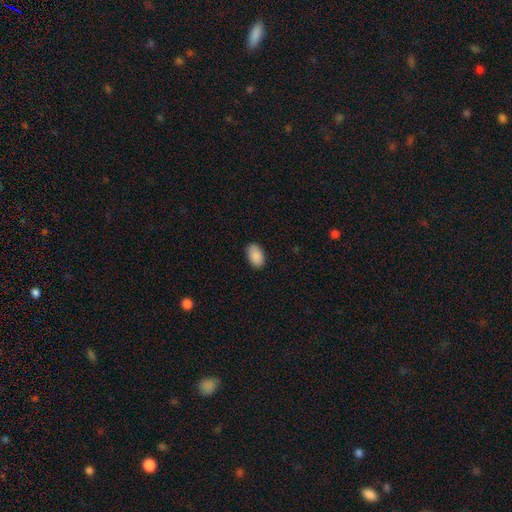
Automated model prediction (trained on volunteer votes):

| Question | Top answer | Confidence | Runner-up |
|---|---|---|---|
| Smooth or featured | smooth | 90% | star or artifact (7%) |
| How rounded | in between | 92% | round (7%) |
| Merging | none | 89% | minor disturbance (9%) |